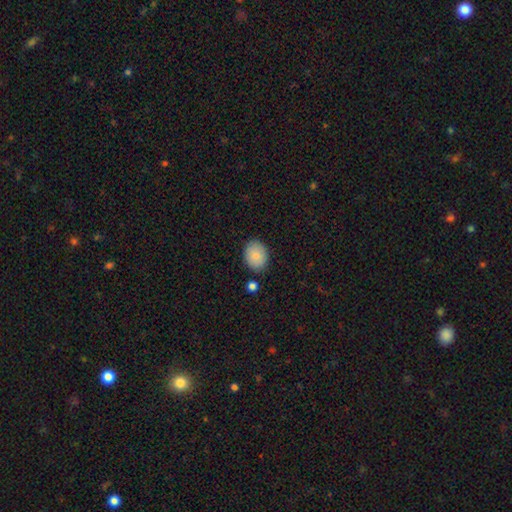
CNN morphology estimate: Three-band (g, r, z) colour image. It shows a smooth galaxy with no disk features (84%) that is in between round and cigar-shaped (59%). Merging: none (83%).